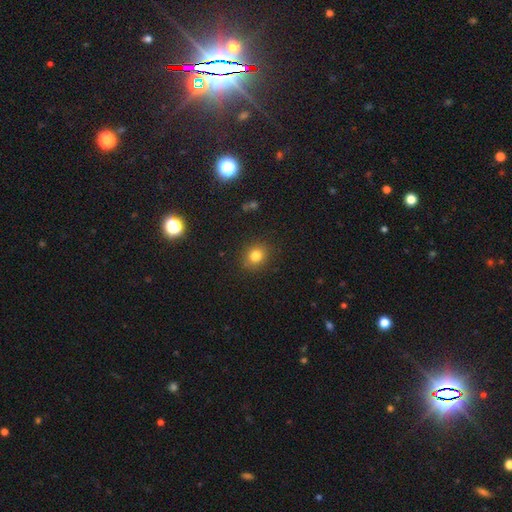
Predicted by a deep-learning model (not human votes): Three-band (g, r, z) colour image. It shows a smooth galaxy with no disk features (81%) that is round (74%). Merging: none (88%).